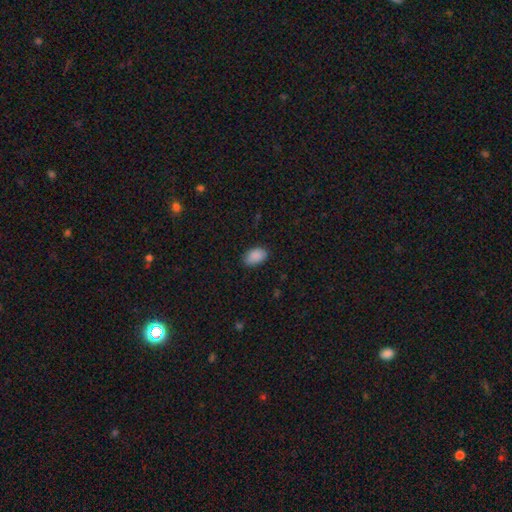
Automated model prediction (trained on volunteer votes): Morphology: type=smooth (89%); roundness=in between (90%); merging=none (84%).